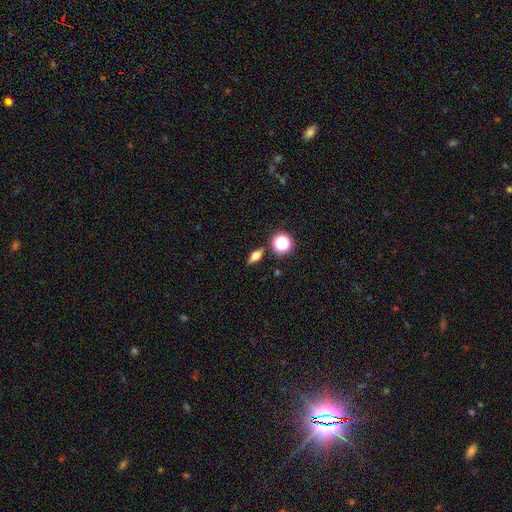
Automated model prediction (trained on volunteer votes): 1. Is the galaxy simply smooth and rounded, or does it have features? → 58% smooth, 28% featured or disk, 14% star or artifact.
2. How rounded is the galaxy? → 59% in between, 22% cigar-shaped, 19% round.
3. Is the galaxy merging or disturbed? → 85% none, 9% minor disturbance, 3% merger, 3% major disturbance.